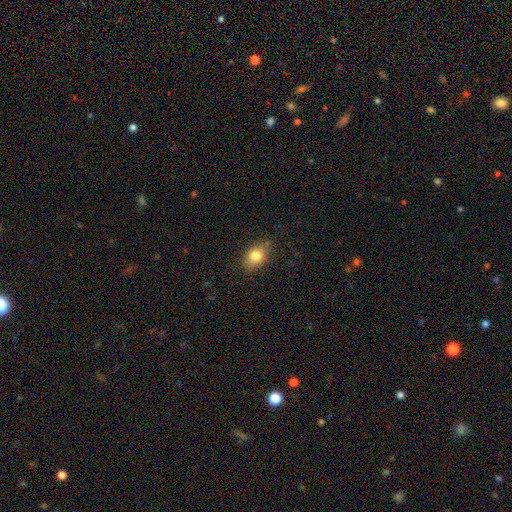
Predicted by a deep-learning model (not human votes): smooth-or-featured: smooth: 80% | featured or disk: 11% | star or artifact: 9%
  how-rounded: in between: 75% | round: 23% | cigar-shaped: 2%
  merging: none: 80% | minor disturbance: 15% | major disturbance: 3% | merger: 1%